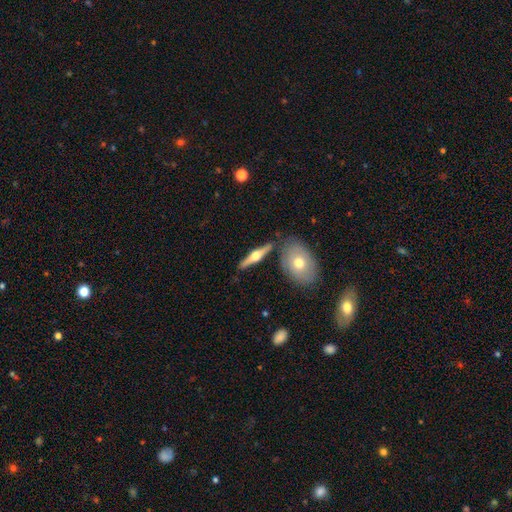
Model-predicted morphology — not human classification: smooth-or-featured: featured or disk: 69% | smooth: 26% | star or artifact: 5%
  disk-edge-on: yes: 96% | no: 4%
    edge-on-bulge: rounded: 96% | boxy: 3% | none: 2%
  merging: none: 80% | minor disturbance: 9% | merger: 8% | major disturbance: 3%